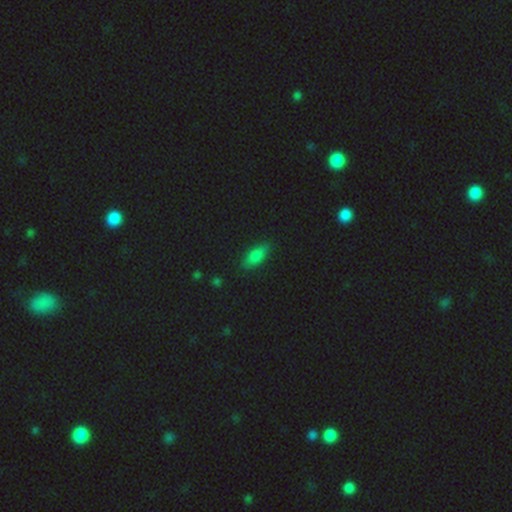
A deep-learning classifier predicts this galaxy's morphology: smooth 80%, star or artifact 12%, featured or disk 8%. Down the decision tree: how rounded — in between (81%); merging — none (83%).